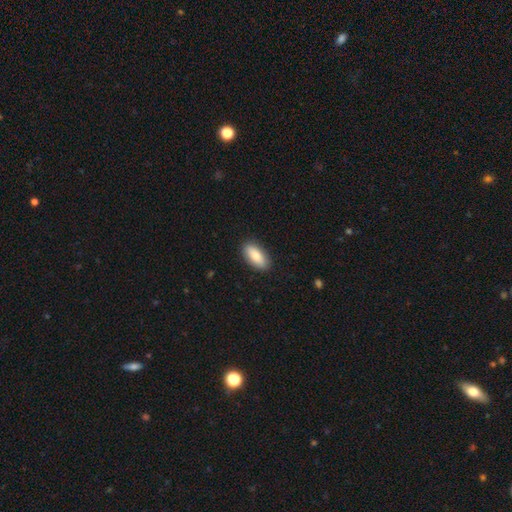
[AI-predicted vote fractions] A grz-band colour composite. It shows a smooth galaxy with no disk features (83%) that is in between round and cigar-shaped (87%). Merging: none (89%).